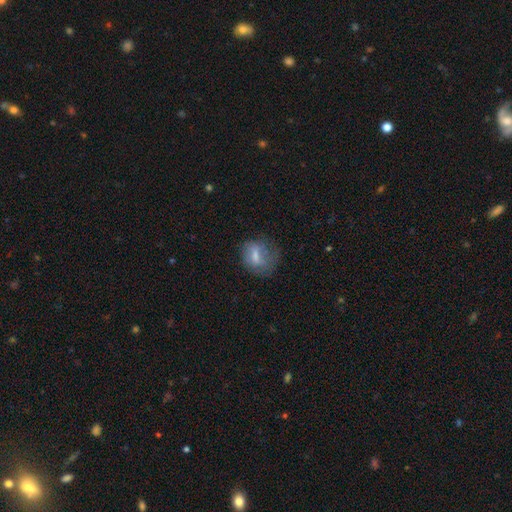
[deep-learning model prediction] Smooth or featured? smooth (60%)
How rounded? round (50%)
Merging? none (43%)